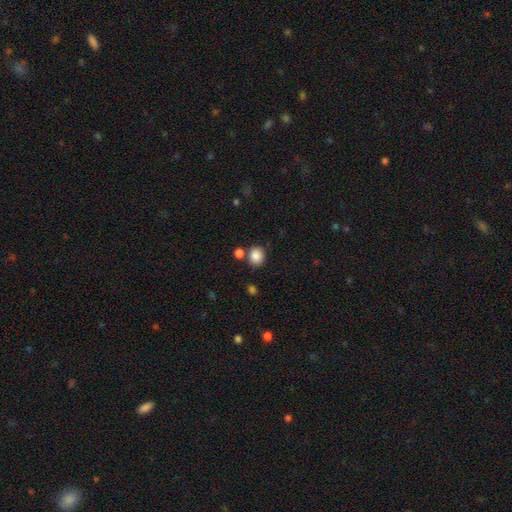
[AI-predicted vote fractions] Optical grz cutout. It shows a smooth galaxy with no disk features (87%) that is round (71%). Merging: none (74%).